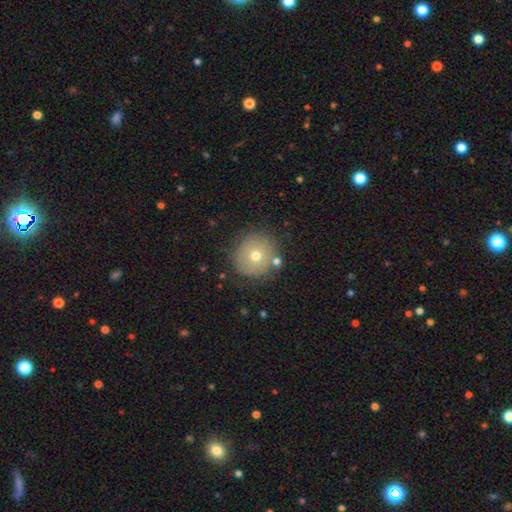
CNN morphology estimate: This appears to be a smooth galaxy with no disk features (67%) that is round (94%). Merging: none (81%).